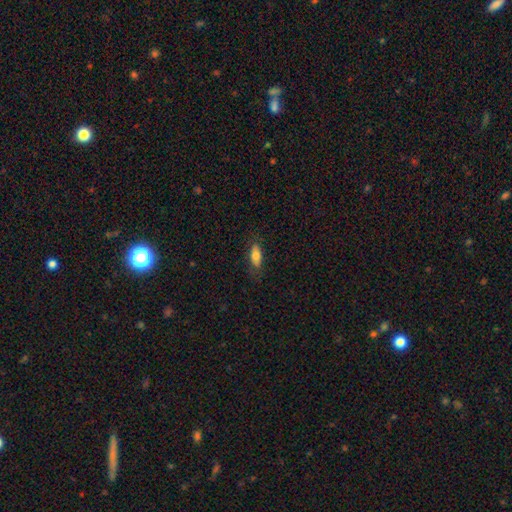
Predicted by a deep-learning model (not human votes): smooth 75%, featured or disk 18%, star or artifact 7%. Down the decision tree: how rounded — in between (78%); merging — none (77%).